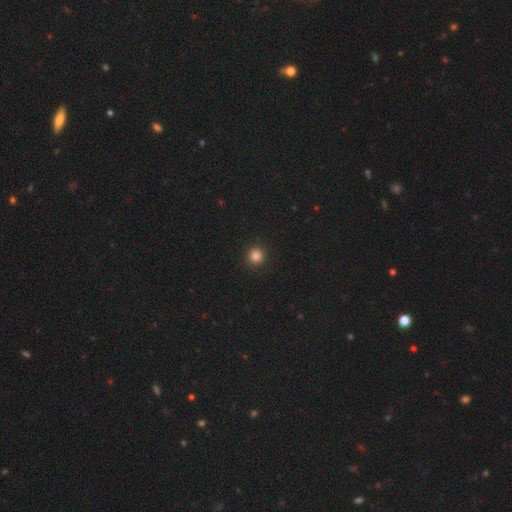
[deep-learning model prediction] This appears to be a smooth galaxy with no disk features (84%) that is round (95%). Merging: none (93%).